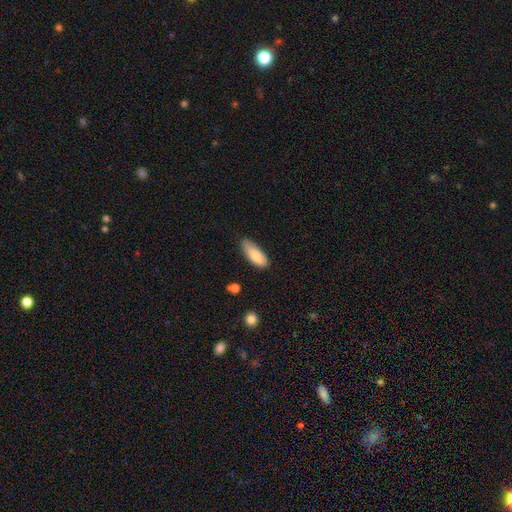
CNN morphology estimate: This appears to be a smooth galaxy with no disk features (84%) that is in between round and cigar-shaped (75%). Merging: none (59%).